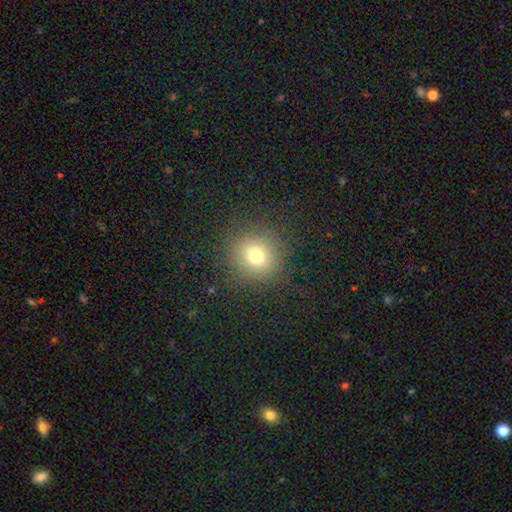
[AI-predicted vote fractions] Smooth or featured? Predicted: smooth (p=0.74). How rounded? Predicted: round (p=0.91). Merging? Predicted: none (p=0.86).